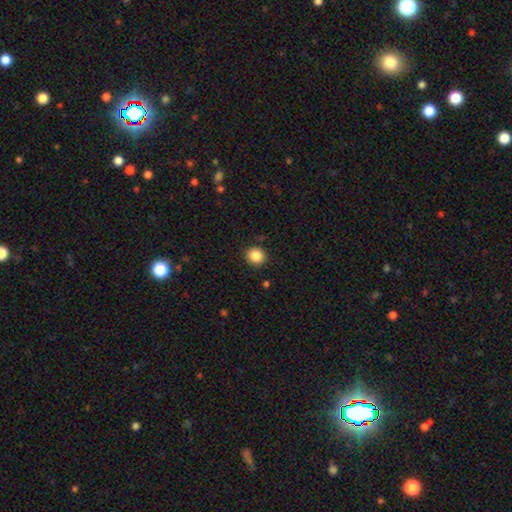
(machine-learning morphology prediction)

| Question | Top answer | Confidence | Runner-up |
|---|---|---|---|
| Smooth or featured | smooth | 87% | star or artifact (10%) |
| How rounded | round | 88% | in between (11%) |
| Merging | none | 89% | minor disturbance (7%) |